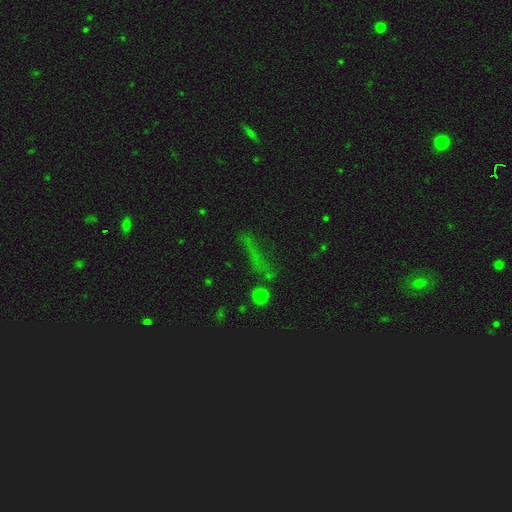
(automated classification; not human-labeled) smooth_or_featured: star or artifact (p=0.51) [alt: smooth p=0.34]